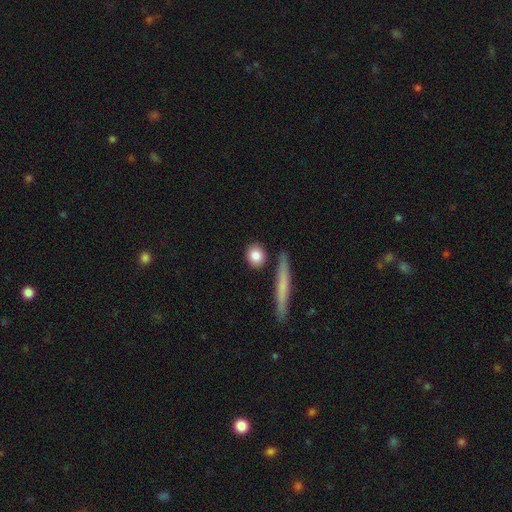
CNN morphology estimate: Q: Smooth or featured?
A: smooth (83%); runner-up: featured or disk (10%)
Q: How rounded?
A: round (73%); runner-up: in between (19%)
Q: Merging?
A: none (82%); runner-up: minor disturbance (10%)